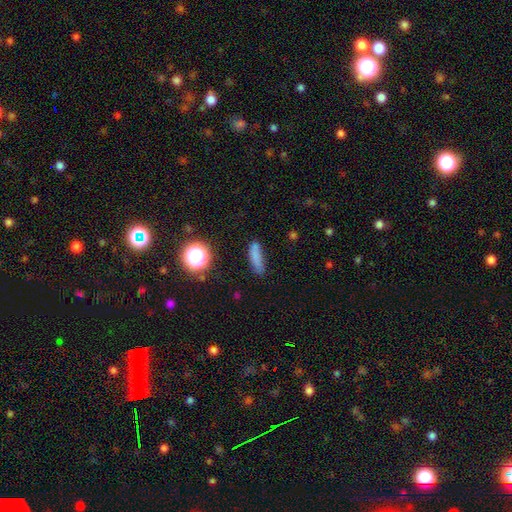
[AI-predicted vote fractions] smooth-or-featured: smooth: 76% | star or artifact: 14% | featured or disk: 10%
  how-rounded: cigar-shaped: 63% | in between: 31% | round: 6%
  merging: none: 67% | minor disturbance: 22% | major disturbance: 7% | merger: 4%